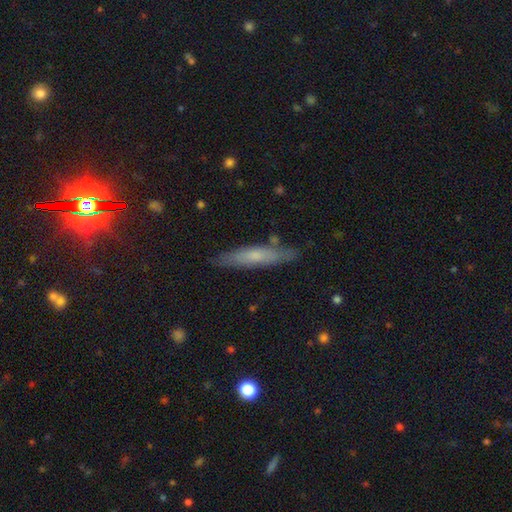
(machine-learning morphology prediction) smooth_or_featured: smooth (p=0.57) [alt: featured or disk p=0.36]
how_rounded: cigar-shaped (p=0.86) [alt: in between p=0.13]
merging: none (p=0.81) [alt: minor disturbance p=0.14]